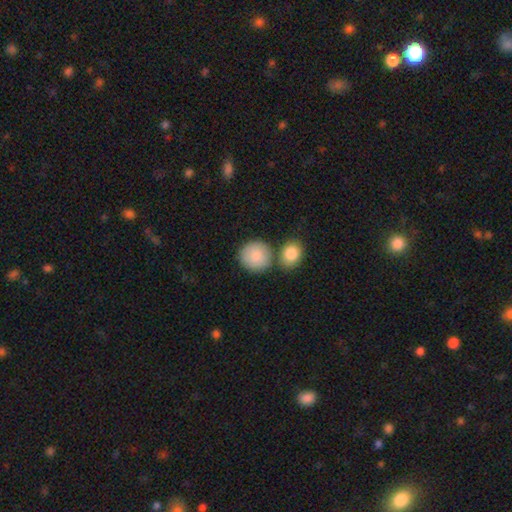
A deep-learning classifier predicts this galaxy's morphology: The model was most divided on "merging": none: 67%, merger: 18%, minor disturbance: 11%, major disturbance: 4%. More confident: how rounded — round (90%); smooth or featured — smooth (87%).